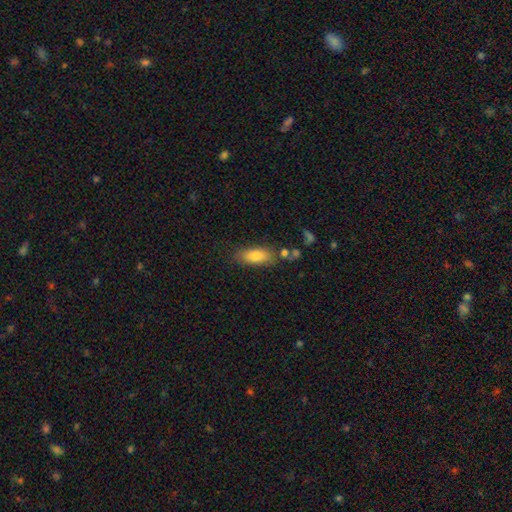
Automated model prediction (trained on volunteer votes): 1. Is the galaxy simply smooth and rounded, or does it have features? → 79% smooth, 13% featured or disk, 8% star or artifact.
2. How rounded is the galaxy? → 79% in between, 17% cigar-shaped, 3% round.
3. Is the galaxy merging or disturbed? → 73% none, 16% minor disturbance, 7% merger, 5% major disturbance.